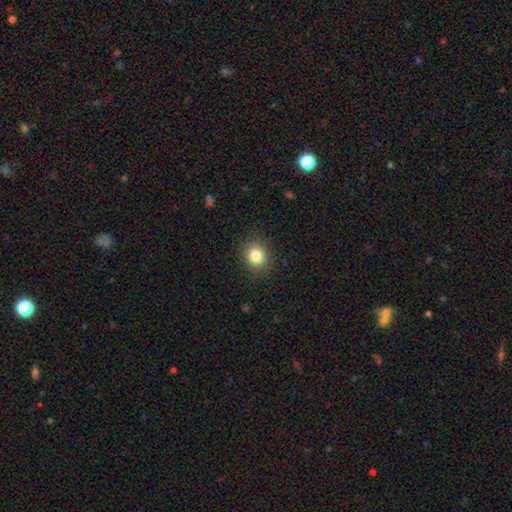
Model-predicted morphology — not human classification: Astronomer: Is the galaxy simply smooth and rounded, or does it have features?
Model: smooth — 83%.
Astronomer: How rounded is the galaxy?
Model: round — 71%.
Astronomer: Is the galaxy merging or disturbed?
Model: none — 88%.